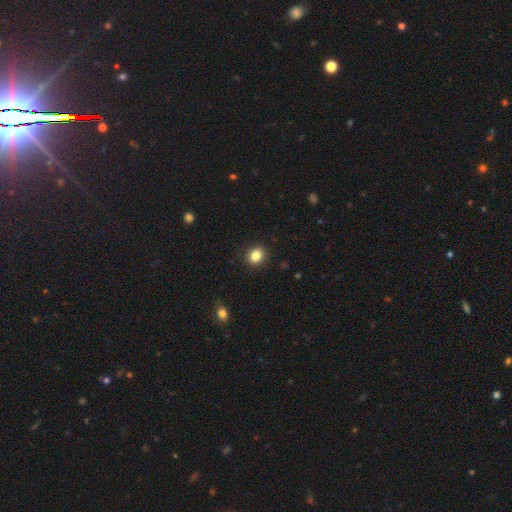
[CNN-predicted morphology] Smooth or featured? Predicted: smooth (p=0.85). How rounded? Predicted: round (p=0.66). Merging? Predicted: none (p=0.90).